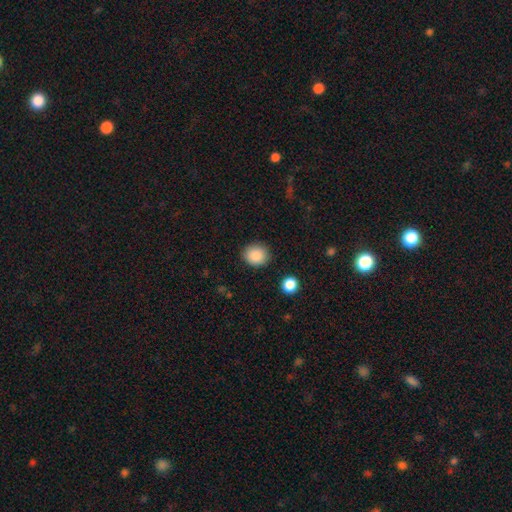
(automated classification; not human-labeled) Q: Smooth or featured?
A: smooth (88%); runner-up: star or artifact (9%)
Q: How rounded?
A: round (81%); runner-up: in between (18%)
Q: Merging?
A: none (87%); runner-up: minor disturbance (8%)